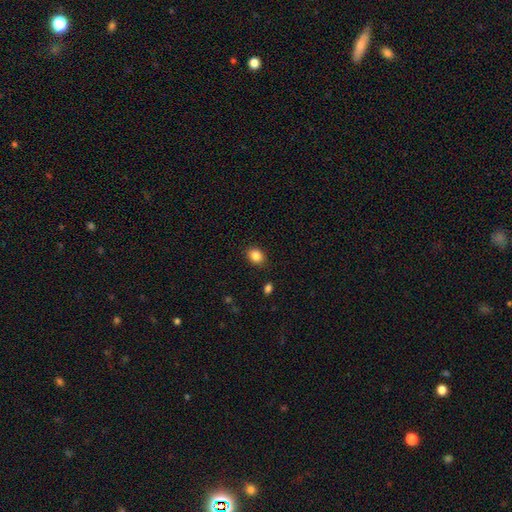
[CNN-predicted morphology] Smooth or featured?
  - smooth: 86% *
  - star or artifact: 9%
  - featured or disk: 5%
How rounded?
  - in between: 56% *
  - round: 43%
  - cigar-shaped: 1%
Merging?
  - none: 88% *
  - minor disturbance: 8%
  - major disturbance: 2%
  - merger: 1%